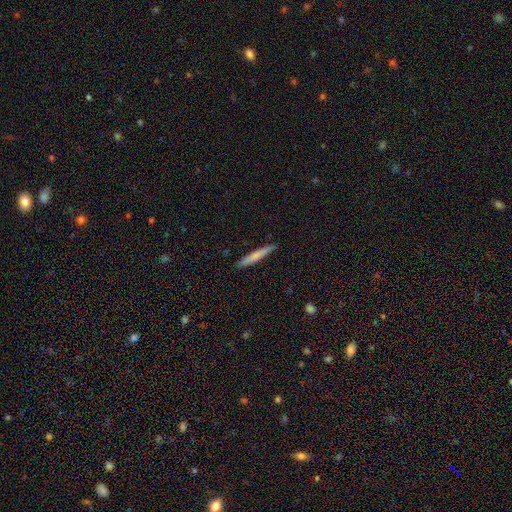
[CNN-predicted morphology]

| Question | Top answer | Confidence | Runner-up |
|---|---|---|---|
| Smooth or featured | smooth | 72% | featured or disk (22%) |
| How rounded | cigar-shaped | 96% | in between (3%) |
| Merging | none | 90% | minor disturbance (7%) |